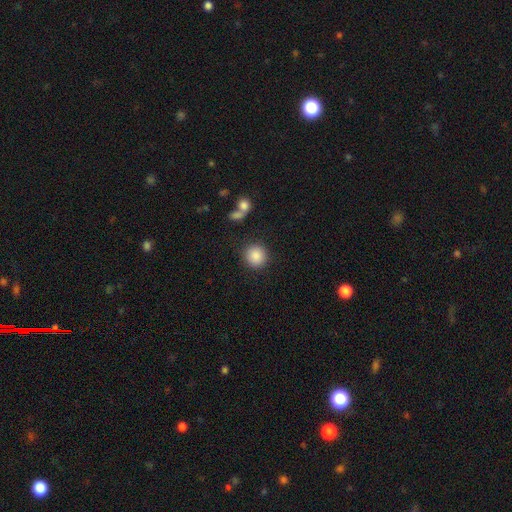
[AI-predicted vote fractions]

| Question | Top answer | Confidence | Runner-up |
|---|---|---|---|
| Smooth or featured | smooth | 88% | star or artifact (8%) |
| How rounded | round | 92% | in between (7%) |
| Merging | none | 86% | minor disturbance (7%) |